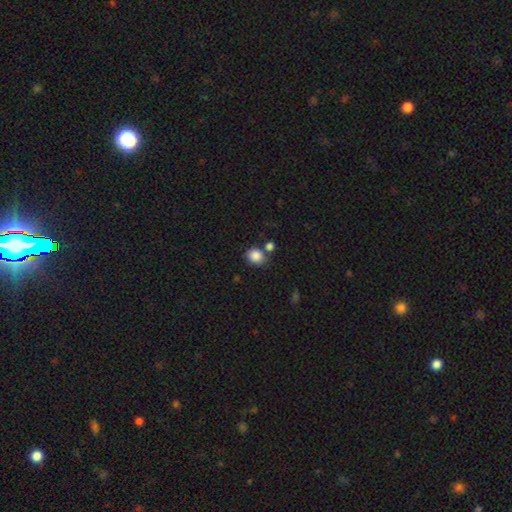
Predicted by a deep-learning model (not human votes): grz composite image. It shows a smooth galaxy with no disk features (86%) that is round (63%). Merging: none (66%).